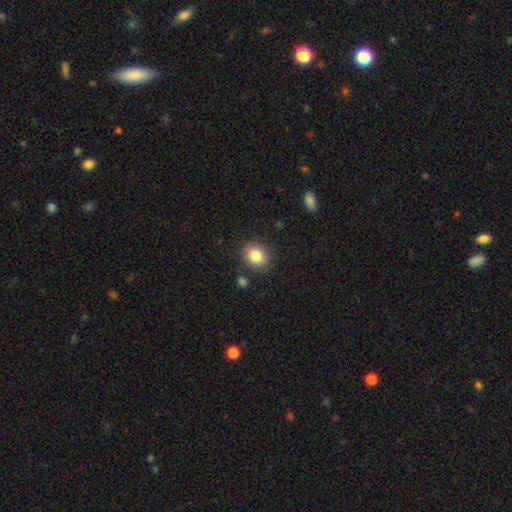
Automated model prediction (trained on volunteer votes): Morphology: type=smooth (84%); roundness=round (66%); merging=none (84%).